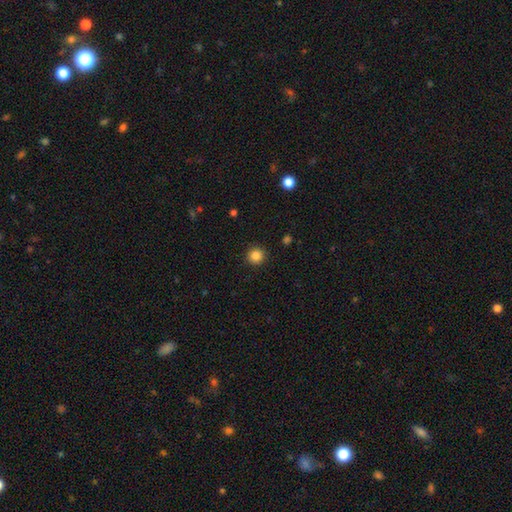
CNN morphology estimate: smooth 86%, star or artifact 11%, featured or disk 4%. Down the decision tree: how rounded — round (95%); merging — none (92%).